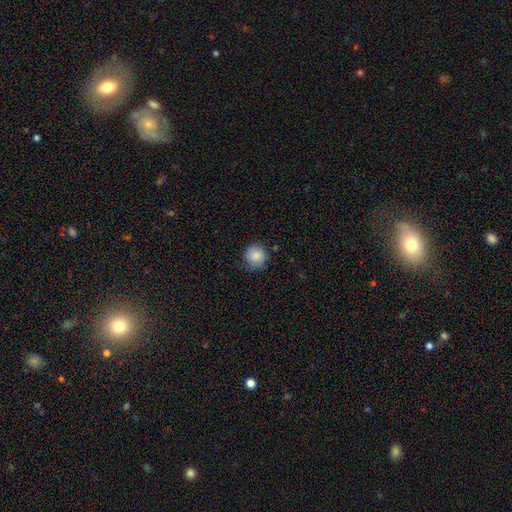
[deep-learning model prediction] Smooth or featured? smooth (85%)
How rounded? round (91%)
Merging? none (76%)